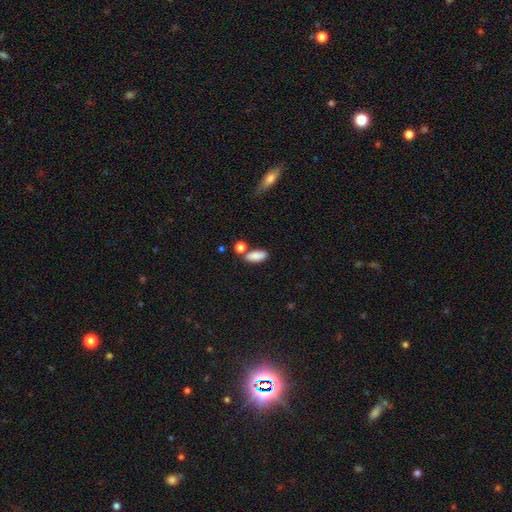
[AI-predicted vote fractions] smooth 86%, star or artifact 8%, featured or disk 6%. Down the decision tree: how rounded — in between (83%); merging — none (64%).